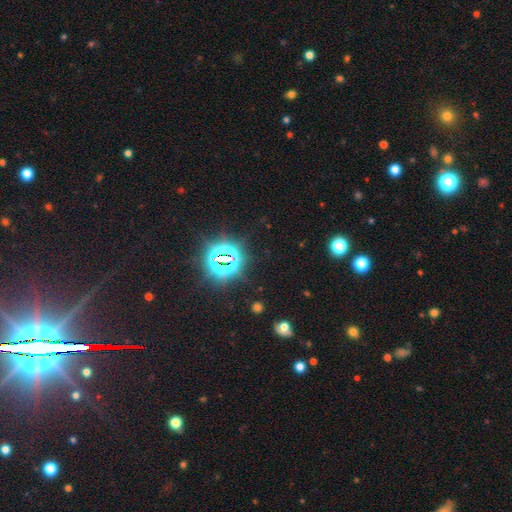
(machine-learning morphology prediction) Overall: star or artifact (80%).